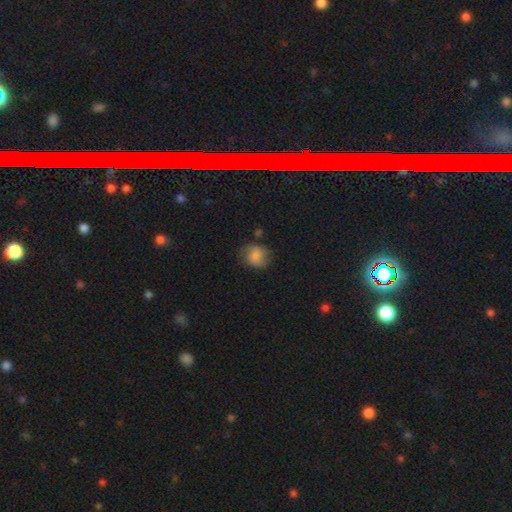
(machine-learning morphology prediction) A smooth galaxy with no disk features (73%) that is round (68%).

Vote fractions:
- Smooth or featured? smooth: 73% / featured or disk: 18% / star or artifact: 9%
- How rounded? round: 68% / in between: 31% / cigar-shaped: 1%
- Merging? none: 66% / minor disturbance: 24% / major disturbance: 8% / merger: 3%